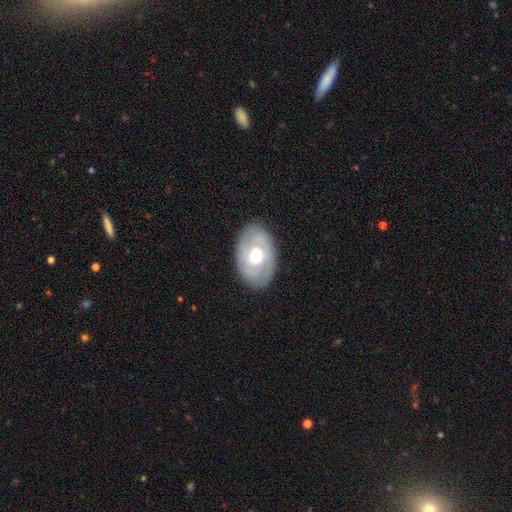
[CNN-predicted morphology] Q: Smooth or featured?
A: featured or disk (57%); runner-up: smooth (37%)
Q: Edge-on disk?
A: no (92%); runner-up: yes (8%)
Q: Bar?
A: no (80%); runner-up: weak (16%)
Q: Spiral arms?
A: no (50%); tied with: yes (50%)
Q: Bulge size?
A: moderate (73%); runner-up: large (13%)
Q: Merging?
A: none (83%); runner-up: minor disturbance (12%)